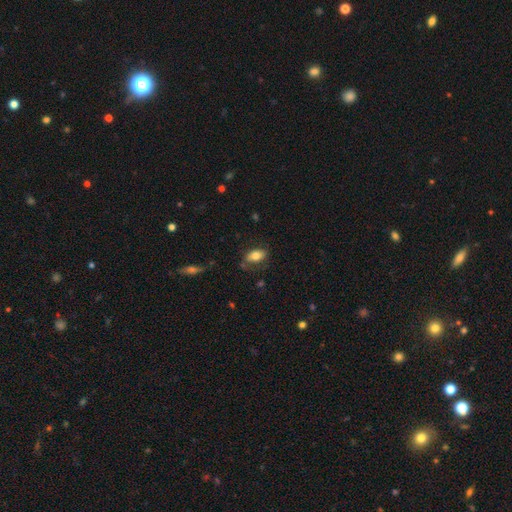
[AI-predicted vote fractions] The model was most divided on "merging": none: 74%, minor disturbance: 17%, major disturbance: 6%, merger: 3%. More confident: how rounded — in between (90%); smooth or featured — smooth (77%).